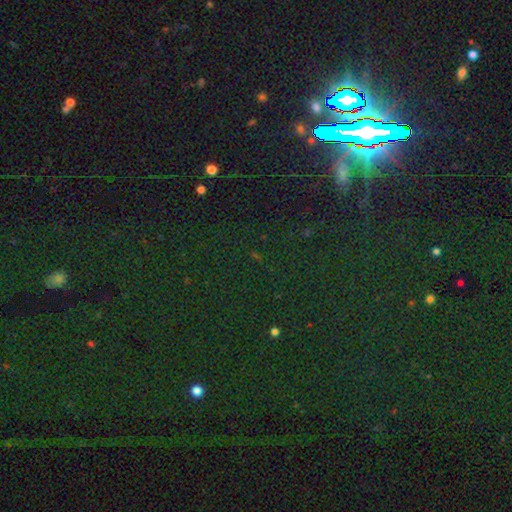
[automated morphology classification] star or artifact 83%, smooth 10%, featured or disk 7%.